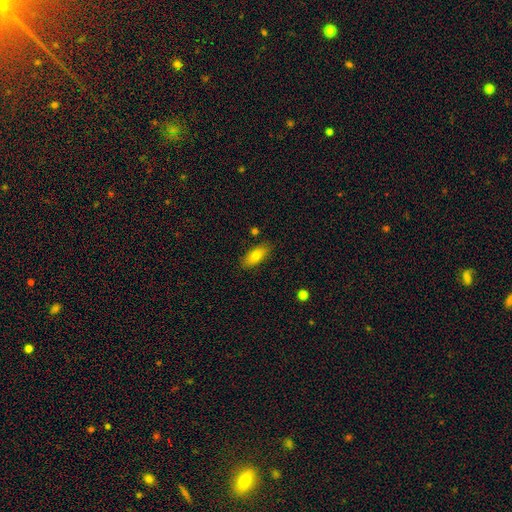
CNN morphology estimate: type=smooth (77%); roundness=in between (80%); merging=none (84%).